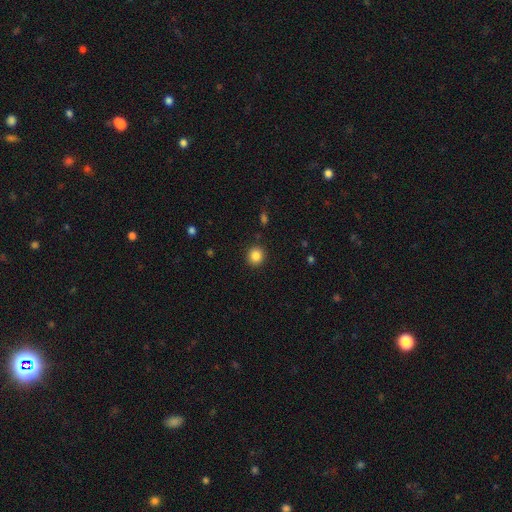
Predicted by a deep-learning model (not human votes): This appears to be a smooth galaxy with no disk features (85%) that is round (89%). Merging: none (91%).